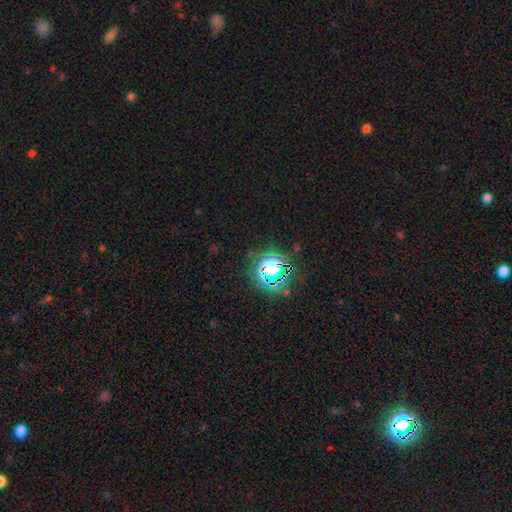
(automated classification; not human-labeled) Smooth or featured: star or artifact — 78% (smooth — 14%)